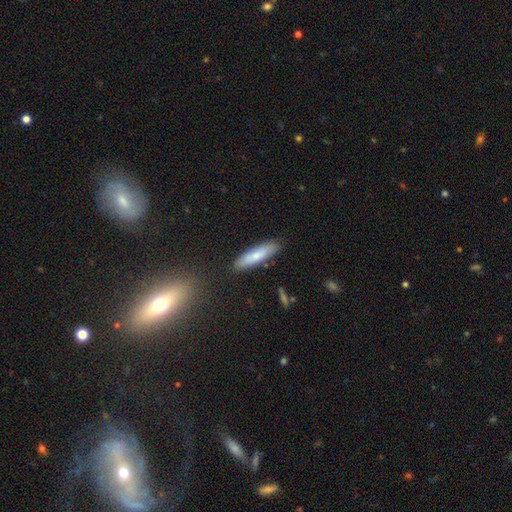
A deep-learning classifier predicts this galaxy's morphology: type=smooth (75%); roundness=cigar-shaped (70%); merging=none (86%).